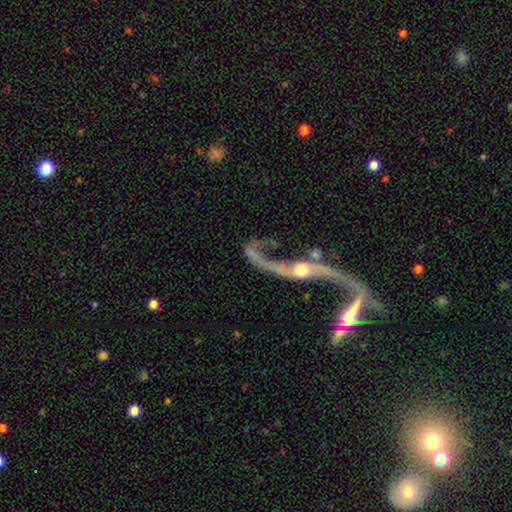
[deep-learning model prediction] Q: Smooth or featured?
A: featured or disk (84%); runner-up: smooth (9%)
Q: Edge-on disk?
A: no (84%); runner-up: yes (16%)
Q: Bar?
A: no (63%); runner-up: weak (23%)
Q: Spiral arms?
A: yes (88%); runner-up: no (12%)
Q: Spiral winding?
A: loose (91%); runner-up: medium (6%)
Q: Spiral arm count?
A: 2 (83%); runner-up: 1 (12%)
Q: Bulge size?
A: moderate (58%); runner-up: small (25%)
Q: Merging?
A: none (42%); runner-up: major disturbance (24%)